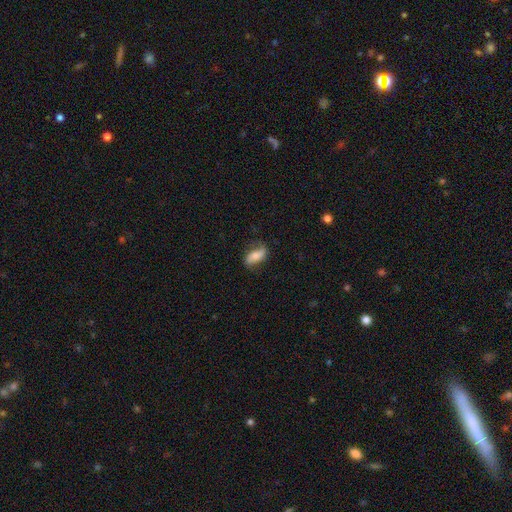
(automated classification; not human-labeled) Q: Smooth or featured?
A: smooth (52%); runner-up: featured or disk (41%)
Q: How rounded?
A: in between (83%); runner-up: cigar-shaped (12%)
Q: Merging?
A: none (69%); runner-up: minor disturbance (22%)